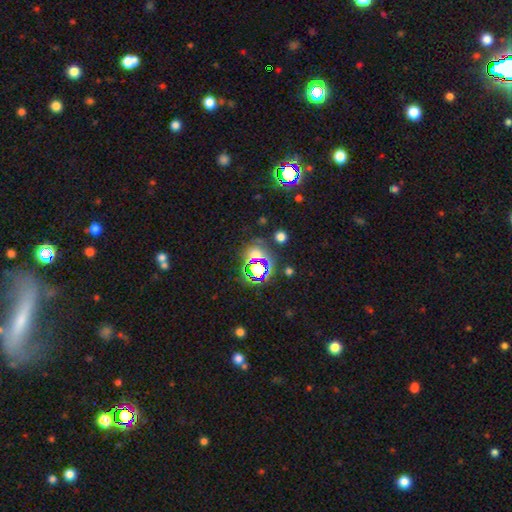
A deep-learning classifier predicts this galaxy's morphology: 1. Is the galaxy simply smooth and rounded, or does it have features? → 53% star or artifact, 34% smooth, 12% featured or disk.